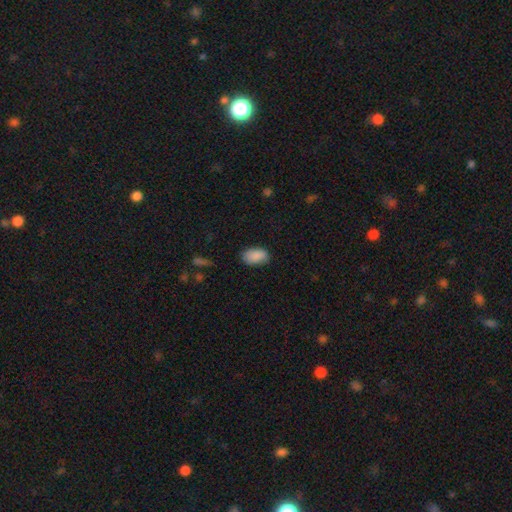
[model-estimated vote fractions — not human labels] Smooth or featured? Predicted: smooth (p=0.88). How rounded? Predicted: in between (p=0.91). Merging? Predicted: none (p=0.77).